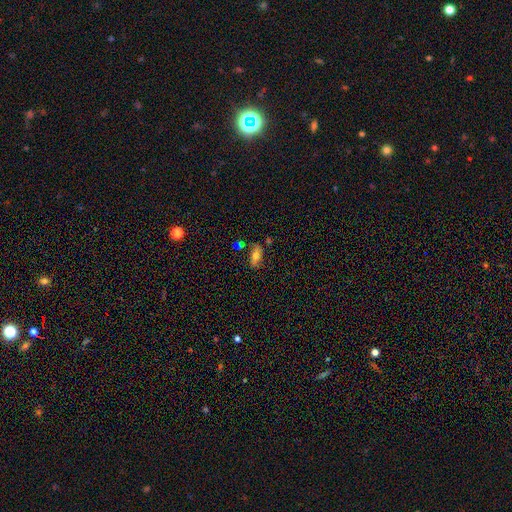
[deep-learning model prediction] A smooth galaxy with no disk features (57%) that is in between round and cigar-shaped (79%). Merging: none (58%).